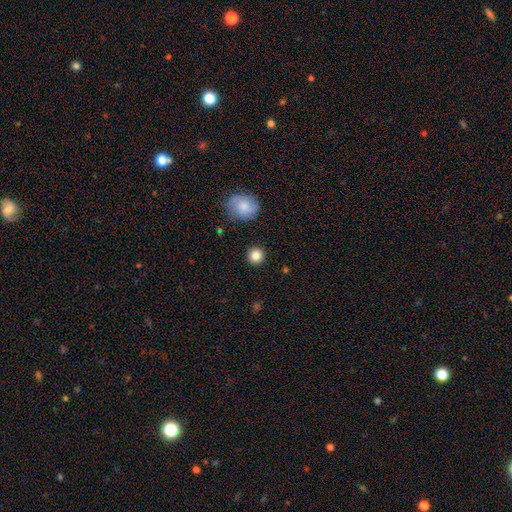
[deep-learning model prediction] Smooth or featured? smooth (85%)
How rounded? round (94%)
Merging? none (91%)